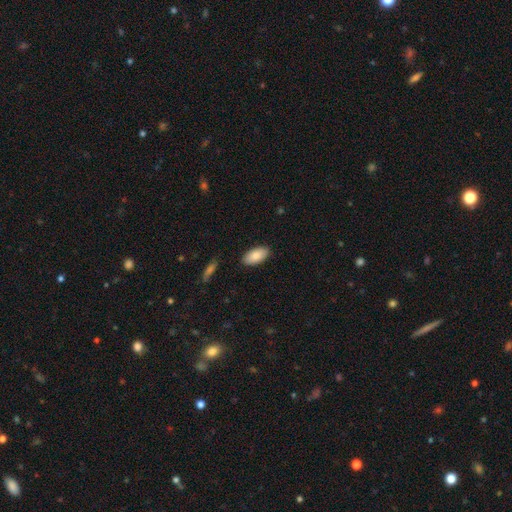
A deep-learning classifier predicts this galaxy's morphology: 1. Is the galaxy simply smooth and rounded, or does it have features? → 85% smooth, 8% featured or disk, 6% star or artifact.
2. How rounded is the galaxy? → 93% in between, 5% cigar-shaped, 2% round.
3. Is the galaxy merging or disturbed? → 87% none, 9% minor disturbance, 2% major disturbance, 1% merger.